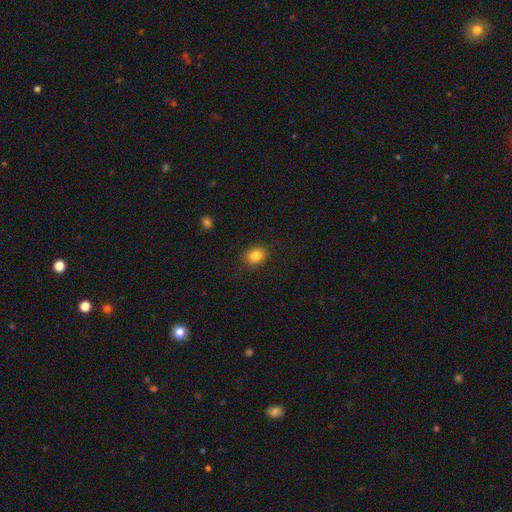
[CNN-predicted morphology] Smooth or featured?
  - smooth: 84% *
  - star or artifact: 10%
  - featured or disk: 6%
How rounded?
  - in between: 57% *
  - round: 42%
  - cigar-shaped: 1%
Merging?
  - none: 87% *
  - minor disturbance: 10%
  - major disturbance: 3%
  - merger: 1%